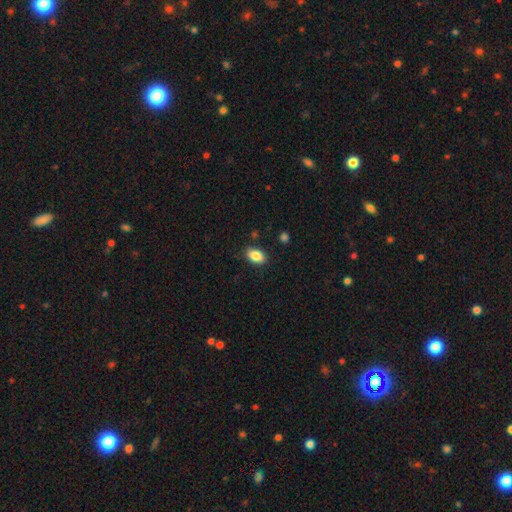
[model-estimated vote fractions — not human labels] smooth 87%, star or artifact 8%, featured or disk 6%. Down the decision tree: how rounded — in between (90%); merging — none (85%).